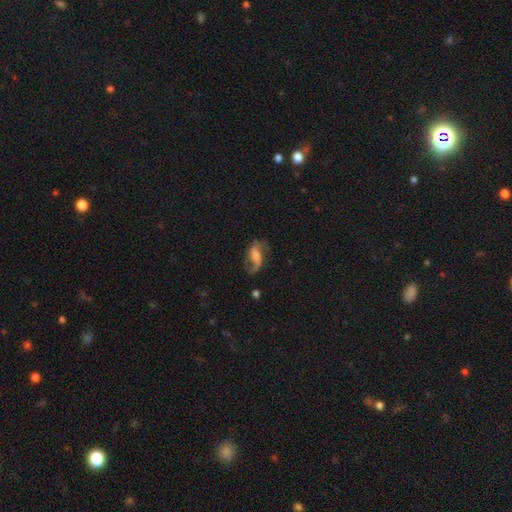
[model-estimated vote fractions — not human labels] smooth_or_featured: featured or disk (p=0.71) [alt: smooth p=0.20]
disk_edge_on: no (p=0.95) [alt: yes p=0.05]
bar: weak (p=0.43) [alt: no p=0.33]
has_spiral_arms: yes (p=0.90) [alt: no p=0.10]
spiral_winding: loose (p=0.67) [alt: medium p=0.27]
spiral_arm_count: 2 (p=0.77) [alt: 1 p=0.16]
bulge_size: moderate (p=0.28) [alt: none p=0.27]
merging: none (p=0.54) [alt: major disturbance p=0.23]